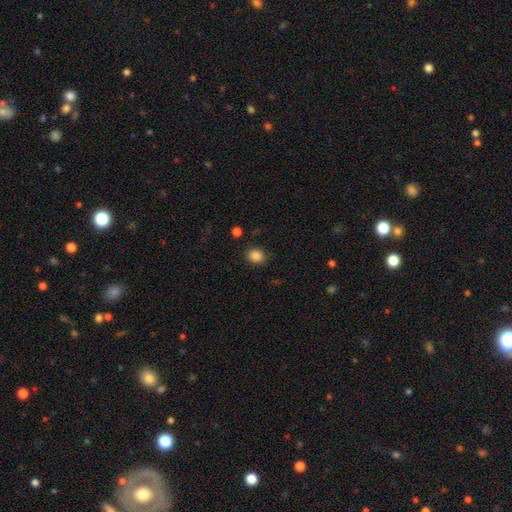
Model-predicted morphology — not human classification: Smooth or featured? smooth (86%)
How rounded? round (56%)
Merging? none (85%)